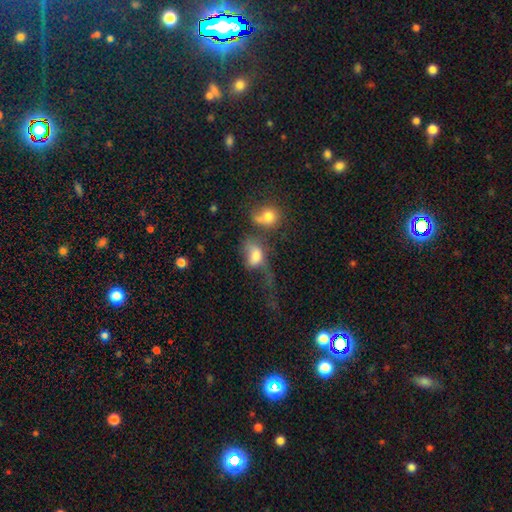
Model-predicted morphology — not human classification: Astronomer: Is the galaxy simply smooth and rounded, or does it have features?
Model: smooth — 65%.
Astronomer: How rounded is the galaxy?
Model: in between — 77%.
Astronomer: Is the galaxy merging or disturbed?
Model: major disturbance — 38% (runner-up: merger, 33%).